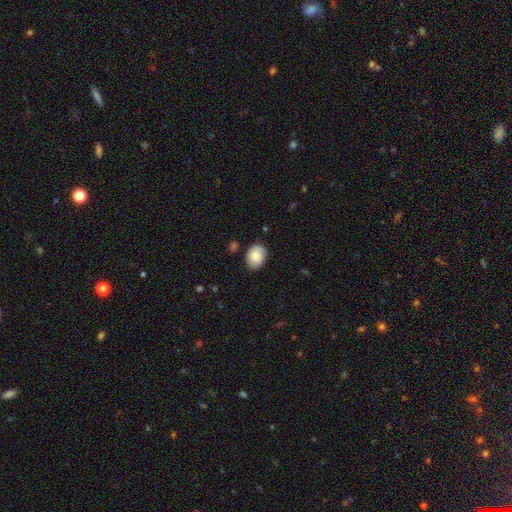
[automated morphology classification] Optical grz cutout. It shows a smooth galaxy with no disk features (84%) that is in between round and cigar-shaped (71%). Merging: none (81%).